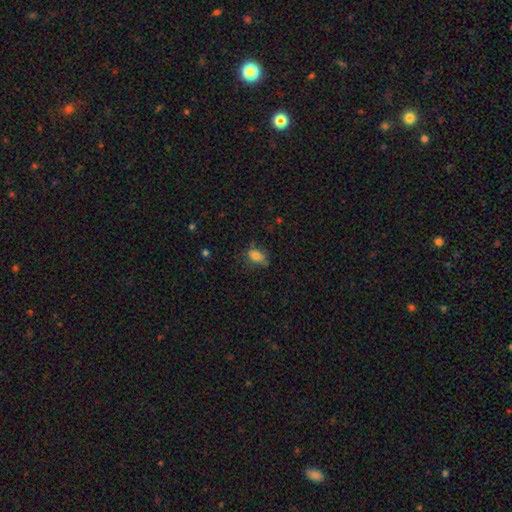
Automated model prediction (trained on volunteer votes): This is likely a smooth galaxy (74%). How rounded: likely in between (79%). Merging: likely none (60%).